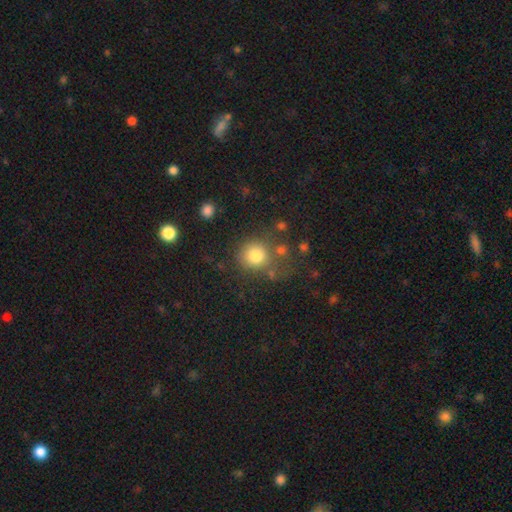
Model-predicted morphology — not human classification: smooth 80%, star or artifact 12%, featured or disk 8%. Down the decision tree: how rounded — round (87%); merging — none (68%).